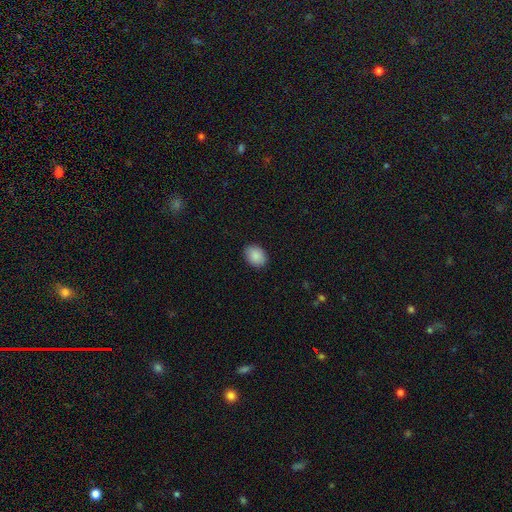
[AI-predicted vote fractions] Smooth or featured? smooth (89%)
How rounded? in between (64%)
Merging? none (89%)